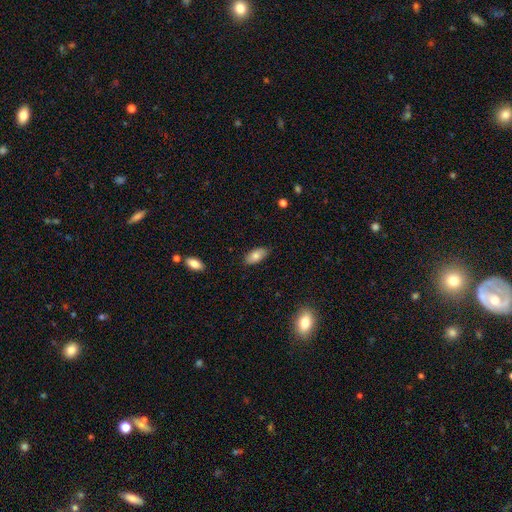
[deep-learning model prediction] Smooth or featured? smooth (79%)
How rounded? in between (92%)
Merging? none (83%)